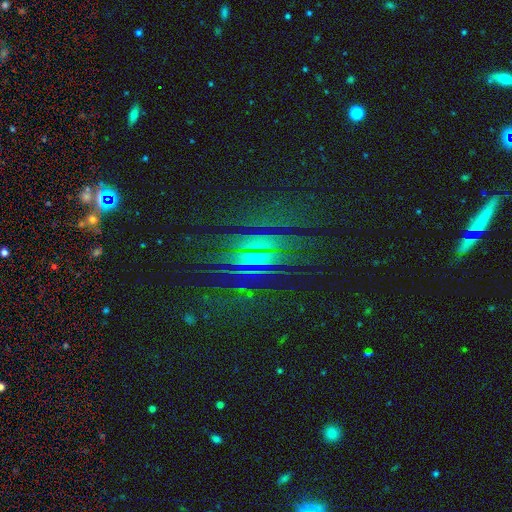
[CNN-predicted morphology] This appears to be a star or artifact, not a galaxy (60%).